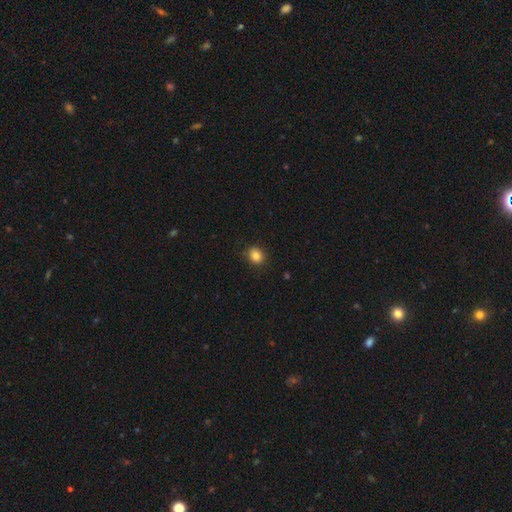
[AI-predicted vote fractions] This is clearly a smooth galaxy (84%). How rounded: likely round (65%). Merging: clearly none (85%).